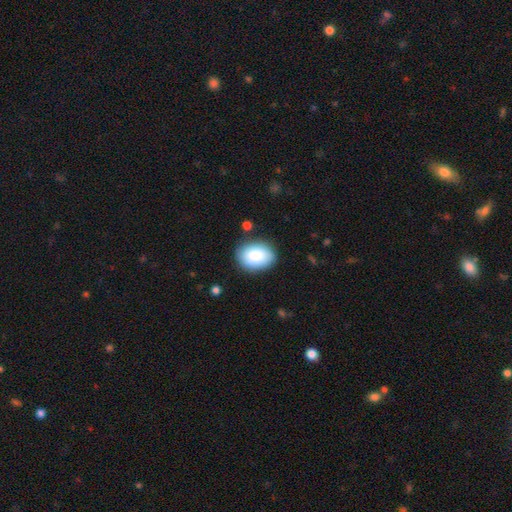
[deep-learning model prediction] Smooth or featured?
  - smooth: 85% *
  - featured or disk: 8%
  - star or artifact: 7%
How rounded?
  - in between: 69% *
  - round: 30%
  - cigar-shaped: 1%
Merging?
  - none: 84% *
  - minor disturbance: 12%
  - major disturbance: 3%
  - merger: 2%